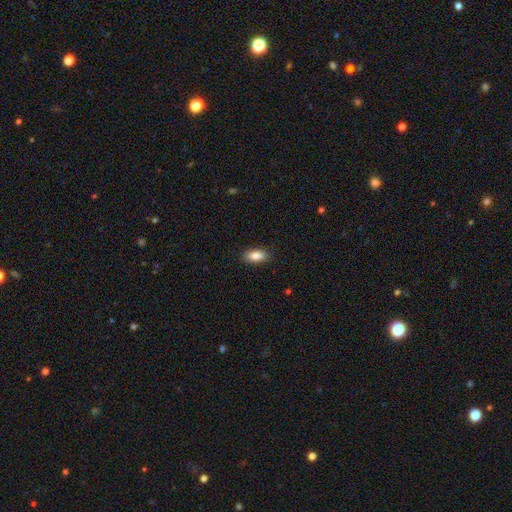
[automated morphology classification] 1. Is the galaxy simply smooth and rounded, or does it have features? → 86% smooth, 7% star or artifact, 6% featured or disk.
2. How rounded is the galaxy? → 87% in between, 9% cigar-shaped, 3% round.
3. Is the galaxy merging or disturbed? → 88% none, 9% minor disturbance, 2% major disturbance, 1% merger.